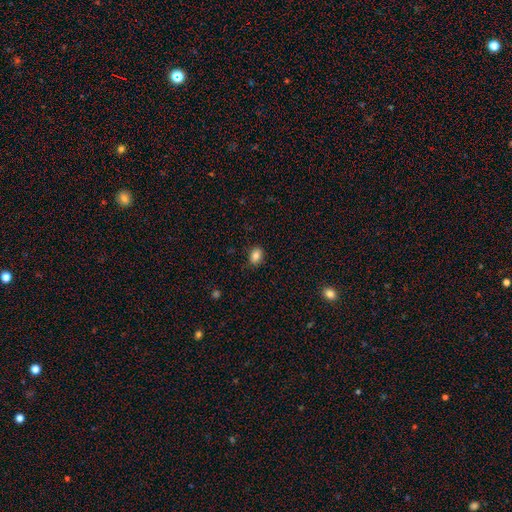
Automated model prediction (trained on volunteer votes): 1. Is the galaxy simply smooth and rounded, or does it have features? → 84% smooth, 10% star or artifact, 6% featured or disk.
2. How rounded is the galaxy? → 68% in between, 30% round, 1% cigar-shaped.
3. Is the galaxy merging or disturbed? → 85% none, 12% minor disturbance, 2% major disturbance, 1% merger.